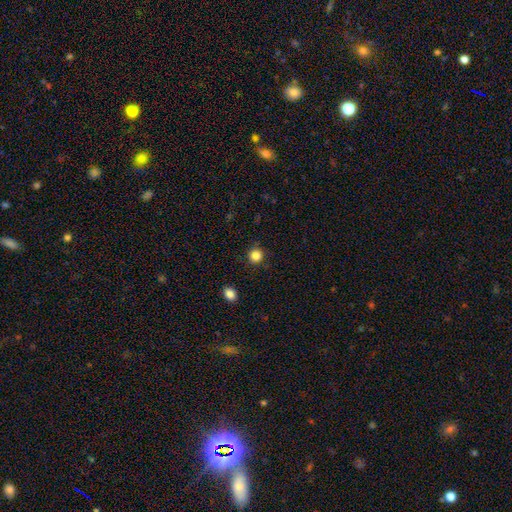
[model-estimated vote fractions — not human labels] Q: Smooth or featured?
A: smooth (85%); runner-up: star or artifact (12%)
Q: How rounded?
A: round (93%); runner-up: in between (6%)
Q: Merging?
A: none (90%); runner-up: minor disturbance (6%)